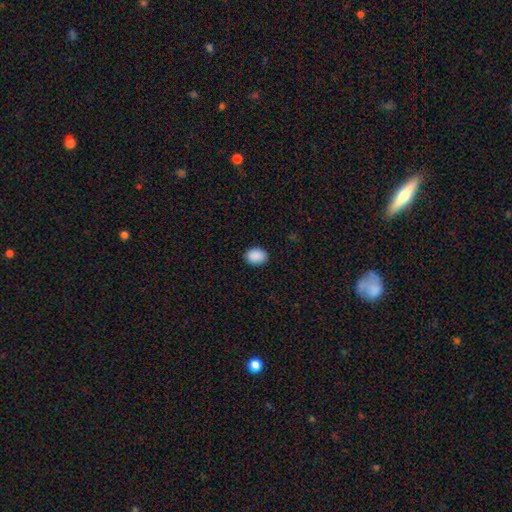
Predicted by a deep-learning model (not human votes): Morphology: type=smooth (91%); roundness=in between (76%); merging=none (89%).